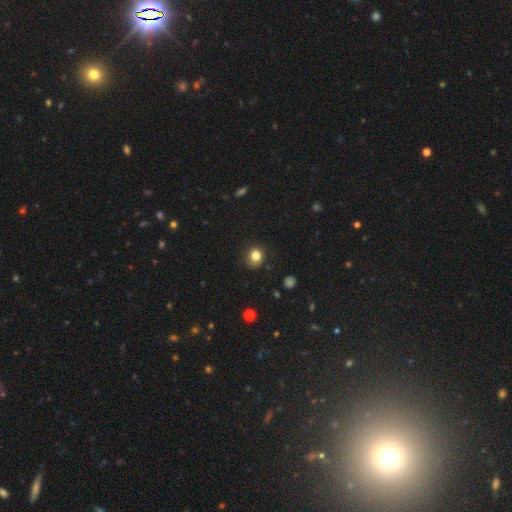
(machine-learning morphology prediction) smooth_or_featured: smooth (p=0.82) [alt: star or artifact p=0.12]
how_rounded: round (p=0.74) [alt: in between p=0.25]
merging: none (p=0.78) [alt: minor disturbance p=0.16]